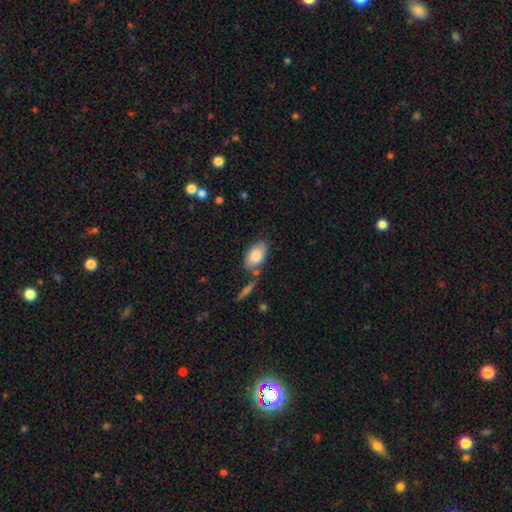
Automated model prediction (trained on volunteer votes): Morphology: type=smooth (81%); roundness=in between (93%); merging=none (67%).